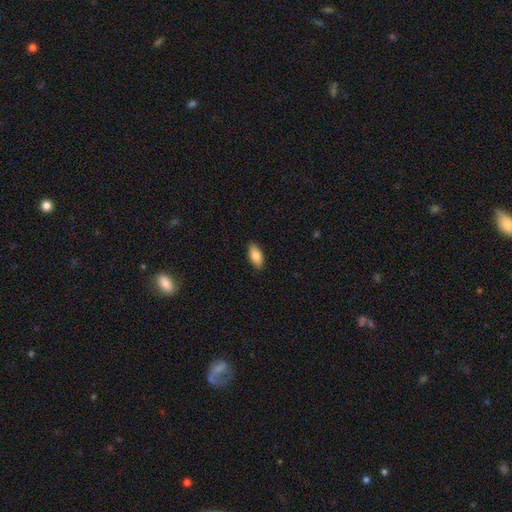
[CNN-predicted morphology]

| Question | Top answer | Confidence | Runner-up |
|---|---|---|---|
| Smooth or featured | smooth | 83% | featured or disk (11%) |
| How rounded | in between | 90% | cigar-shaped (7%) |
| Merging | none | 89% | minor disturbance (9%) |